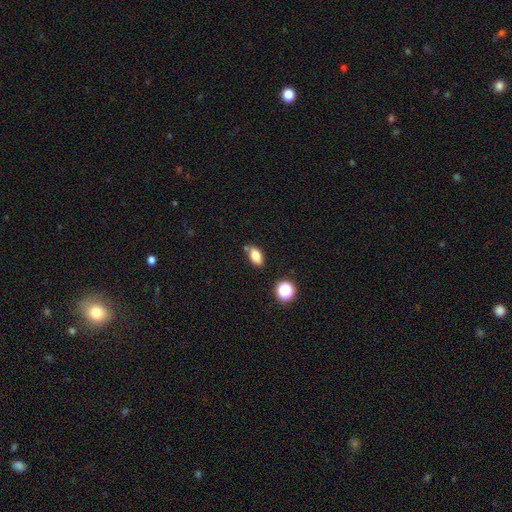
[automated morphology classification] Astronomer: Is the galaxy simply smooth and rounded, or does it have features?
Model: smooth — 81%.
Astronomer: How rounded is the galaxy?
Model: in between — 86%.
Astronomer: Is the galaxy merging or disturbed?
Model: none — 73%.